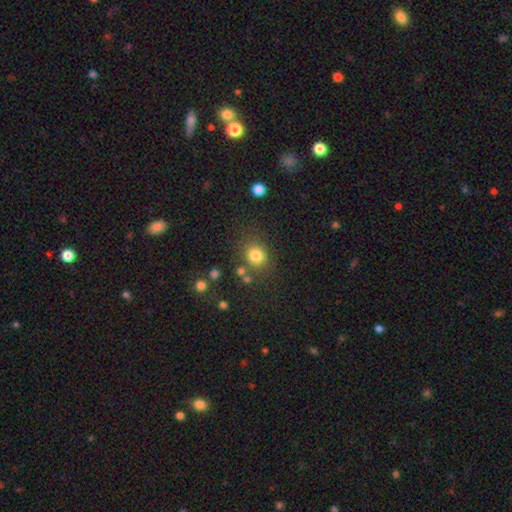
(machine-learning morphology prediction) smooth-or-featured: smooth: 81% | star or artifact: 13% | featured or disk: 6%
  how-rounded: round: 78% | in between: 21% | cigar-shaped: 1%
  merging: none: 77% | minor disturbance: 11% | merger: 7% | major disturbance: 5%